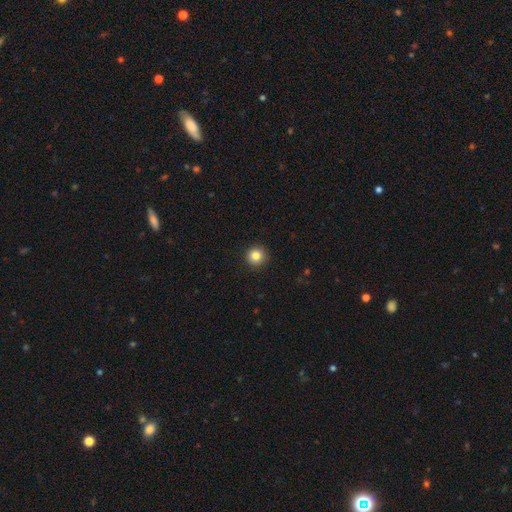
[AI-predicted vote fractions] Smooth or featured? smooth (84%)
How rounded? round (95%)
Merging? none (92%)